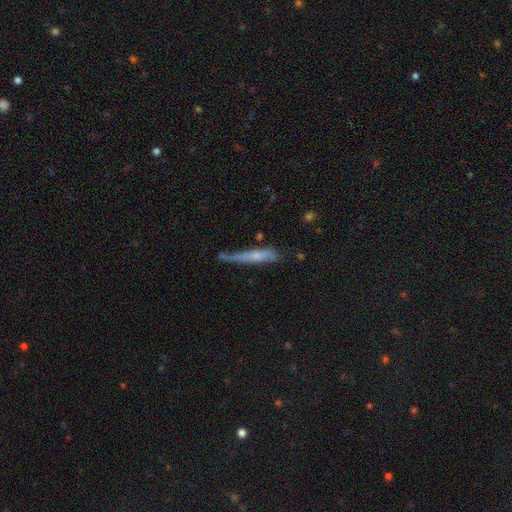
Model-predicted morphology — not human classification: This is possibly a smooth galaxy (58%). How rounded: clearly cigar-shaped (91%). Merging: possibly none (50%).